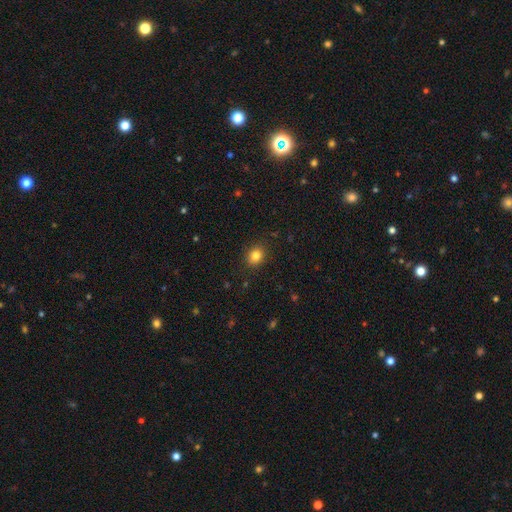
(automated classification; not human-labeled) smooth_or_featured: smooth (p=0.83) [alt: star or artifact p=0.11]
how_rounded: round (p=0.60) [alt: in between p=0.39]
merging: none (p=0.88) [alt: minor disturbance p=0.08]